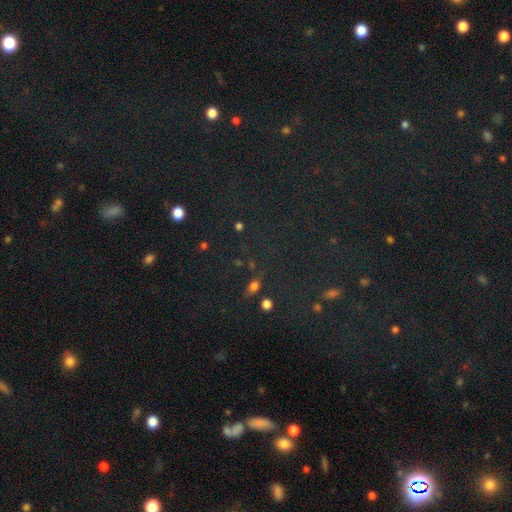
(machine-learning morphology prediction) smooth_or_featured: star or artifact (p=0.76) [alt: smooth p=0.16]